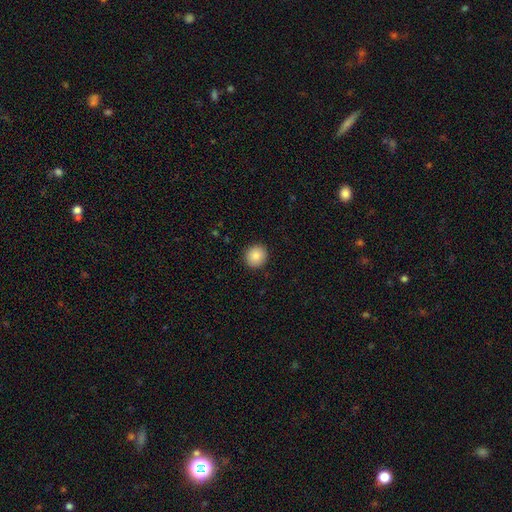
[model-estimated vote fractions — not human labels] This appears to be a smooth galaxy with no disk features (87%) that is round (87%). Merging: none (92%).